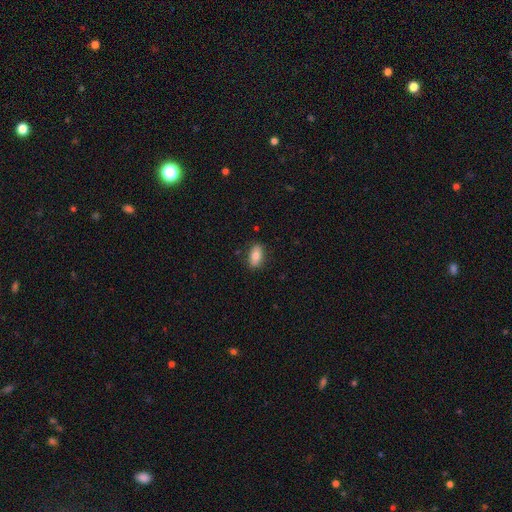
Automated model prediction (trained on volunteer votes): Smooth or featured?
  - smooth: 80% *
  - featured or disk: 13%
  - star or artifact: 7%
How rounded?
  - in between: 88% *
  - cigar-shaped: 7%
  - round: 5%
Merging?
  - none: 86% *
  - minor disturbance: 11%
  - major disturbance: 2%
  - merger: 1%